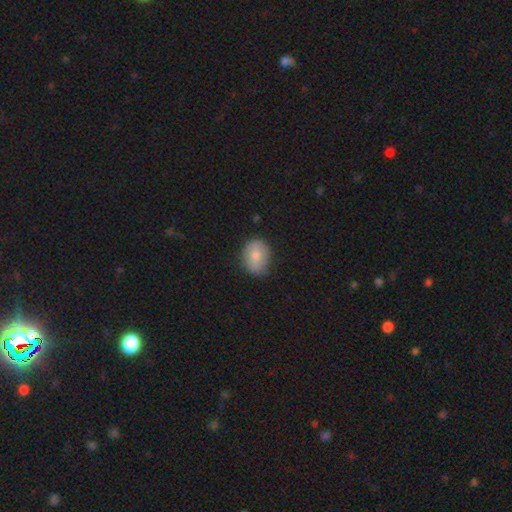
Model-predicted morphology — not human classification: Q: Smooth or featured?
A: smooth (75%); runner-up: featured or disk (17%)
Q: How rounded?
A: round (50%); runner-up: in between (49%)
Q: Merging?
A: none (71%); runner-up: minor disturbance (23%)